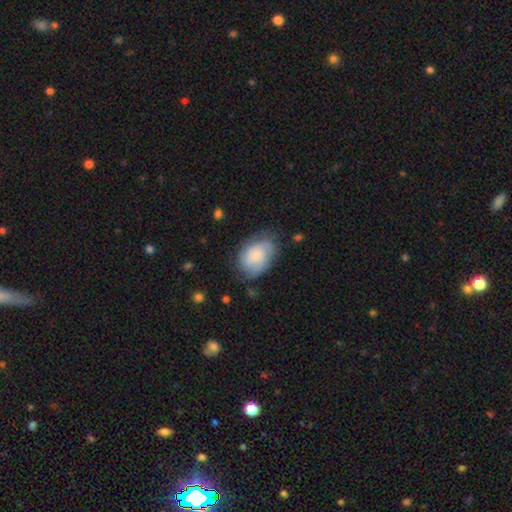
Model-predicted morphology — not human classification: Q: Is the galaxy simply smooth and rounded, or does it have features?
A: smooth — 61%.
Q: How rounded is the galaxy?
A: in between — 77%.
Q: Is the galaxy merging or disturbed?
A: none — 57%.